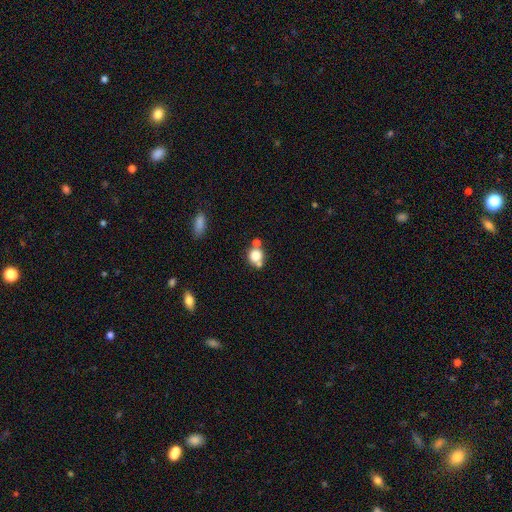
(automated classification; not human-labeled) Smooth or featured?
  - smooth: 78% *
  - star or artifact: 11%
  - featured or disk: 11%
How rounded?
  - round: 80% *
  - in between: 19%
  - cigar-shaped: 1%
Merging?
  - none: 53% *
  - merger: 30%
  - minor disturbance: 12%
  - major disturbance: 5%